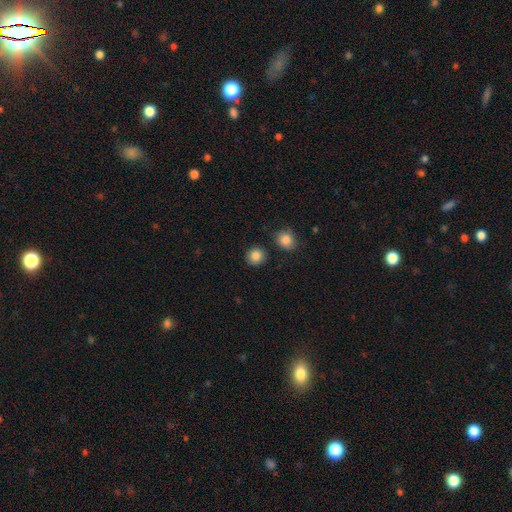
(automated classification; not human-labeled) Overall: smooth (87%). How rounded: round (89%). Merging: none (86%).